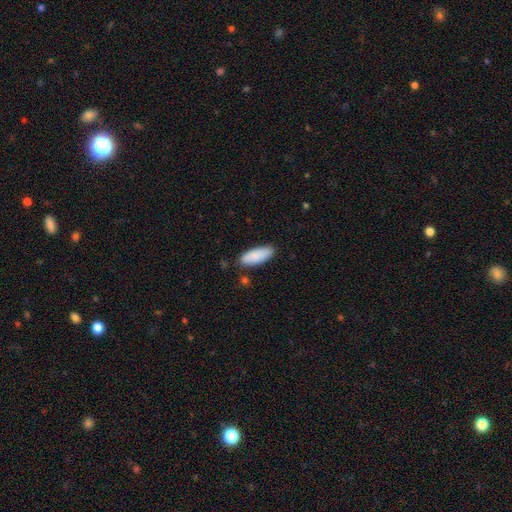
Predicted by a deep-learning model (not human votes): smooth_or_featured: smooth (p=0.86) [alt: featured or disk p=0.09]
how_rounded: in between (p=0.74) [alt: cigar-shaped p=0.24]
merging: none (p=0.82) [alt: minor disturbance p=0.14]